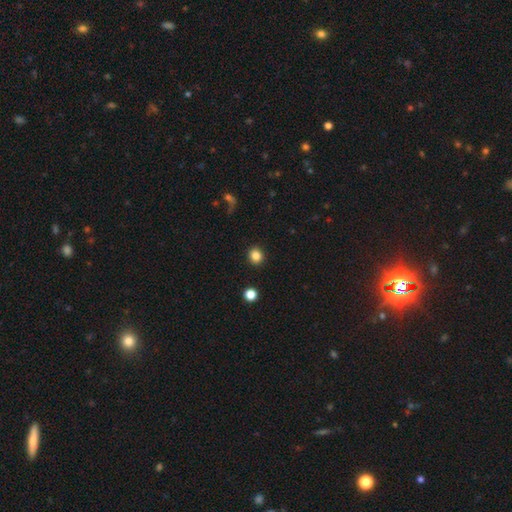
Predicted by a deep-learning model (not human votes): A smooth galaxy with no disk features (84%) that is round (86%). Merging: none (92%).